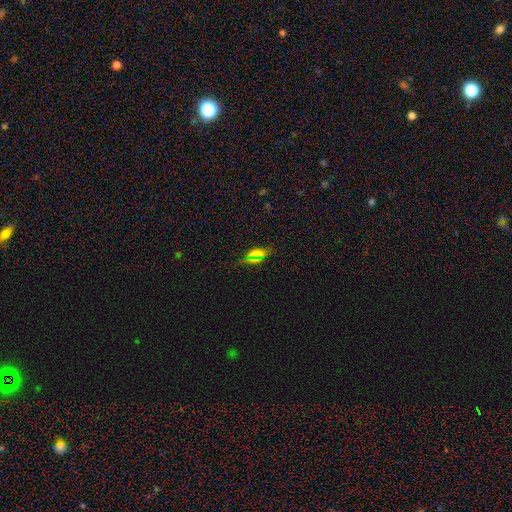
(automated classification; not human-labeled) smooth_or_featured: smooth (p=0.54) [alt: star or artifact p=0.32]
how_rounded: in between (p=0.71) [alt: cigar-shaped p=0.20]
merging: none (p=0.82) [alt: minor disturbance p=0.11]